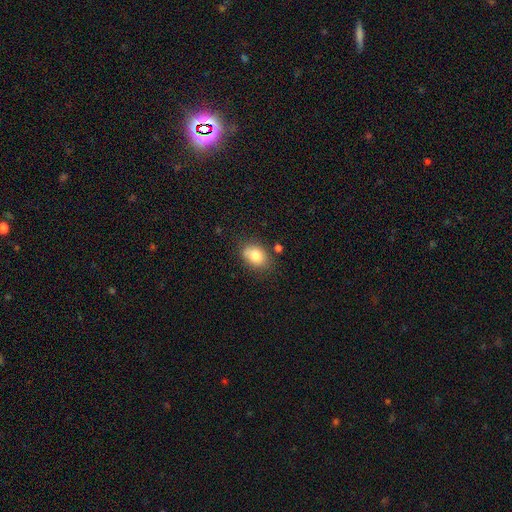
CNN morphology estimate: Smooth or featured? smooth (80%)
How rounded? in between (73%)
Merging? none (71%)